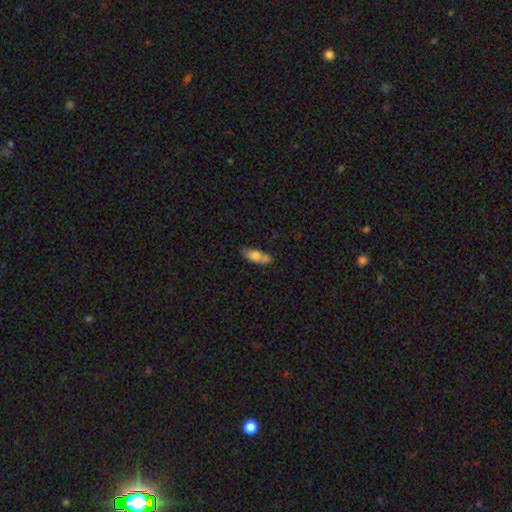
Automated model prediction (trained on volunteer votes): smooth-or-featured: smooth: 70% | featured or disk: 23% | star or artifact: 7%
  how-rounded: in between: 74% | cigar-shaped: 23% | round: 3%
  merging: none: 60% | minor disturbance: 25% | merger: 10% | major disturbance: 6%